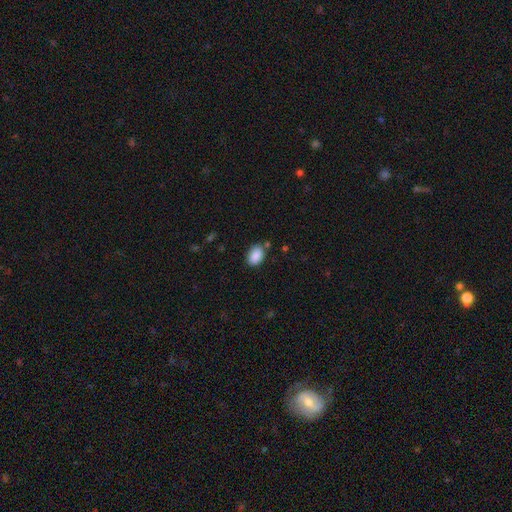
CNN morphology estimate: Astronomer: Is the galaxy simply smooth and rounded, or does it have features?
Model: smooth — 88%.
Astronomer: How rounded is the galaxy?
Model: in between — 81%.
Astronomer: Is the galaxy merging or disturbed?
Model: none — 77%.